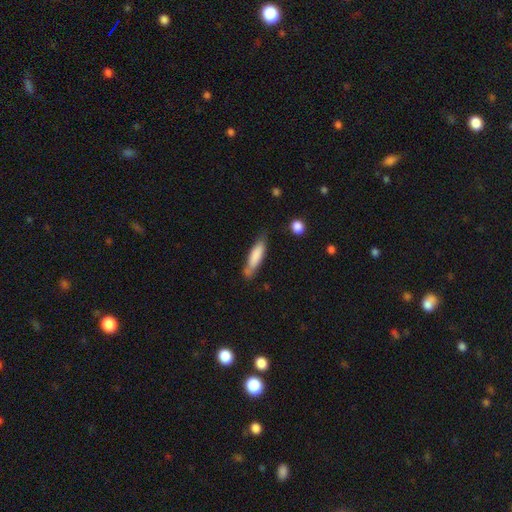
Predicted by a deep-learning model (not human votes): Overall: smooth (78%). How rounded: cigar-shaped (72%). Merging: none (66%).